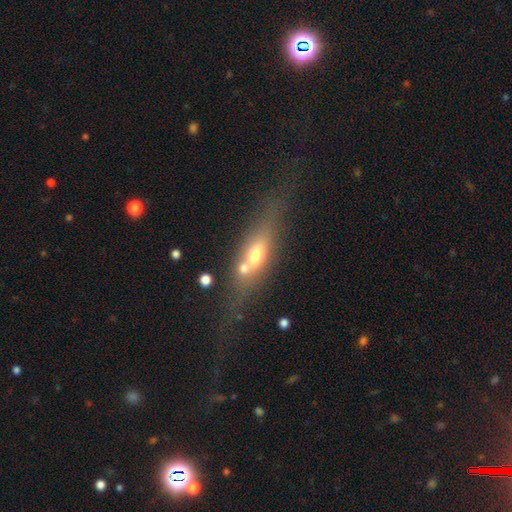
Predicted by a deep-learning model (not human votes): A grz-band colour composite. It shows a smooth galaxy with no disk features (51%) that is in between round and cigar-shaped (49%). Merging: none (42%).